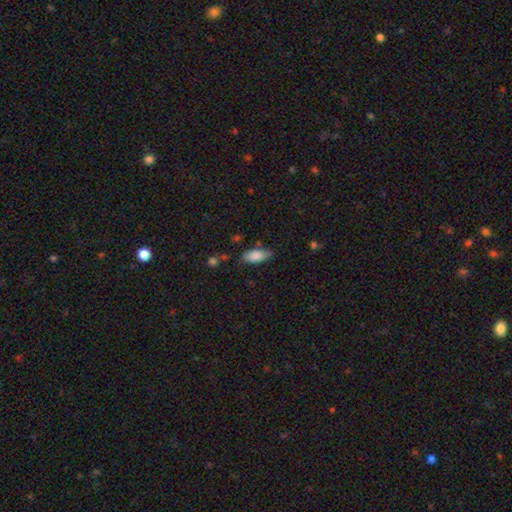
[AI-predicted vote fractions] The model was most divided on "merging": none: 72%, minor disturbance: 20%, major disturbance: 4%, merger: 3%. More confident: how rounded — in between (86%); smooth or featured — smooth (84%).